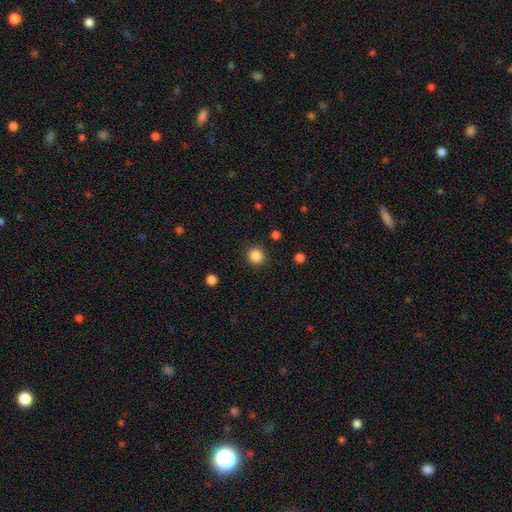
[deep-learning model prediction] Smooth or featured: smooth — 86% (star or artifact — 11%)
How rounded: round — 93% (in between — 6%)
Merging: none — 90% (minor disturbance — 6%)